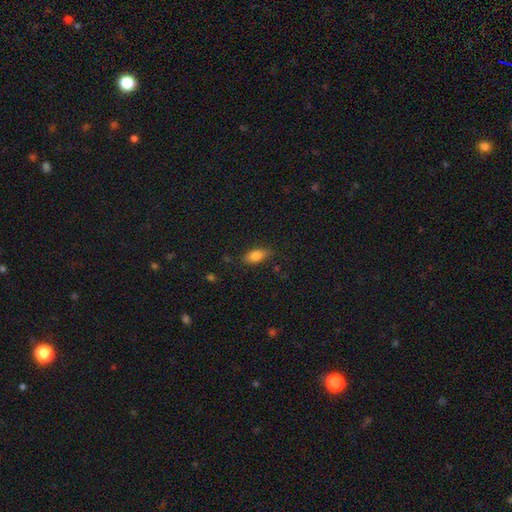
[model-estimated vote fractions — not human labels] A smooth galaxy with no disk features (82%) that is in between round and cigar-shaped (86%).

Vote fractions:
- Smooth or featured? smooth: 82% / featured or disk: 9% / star or artifact: 8%
- How rounded? in between: 86% / cigar-shaped: 9% / round: 5%
- Merging? none: 74% / minor disturbance: 20% / major disturbance: 5% / merger: 2%